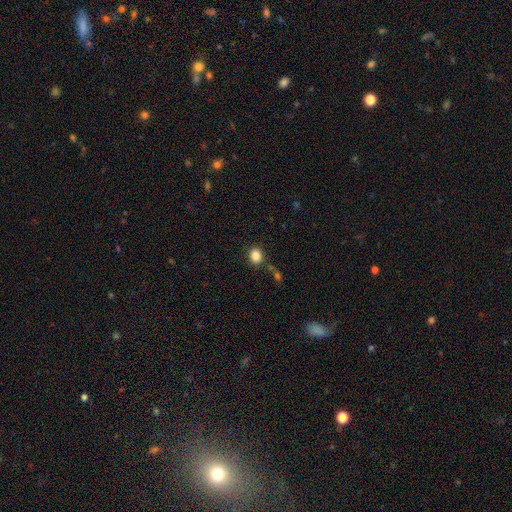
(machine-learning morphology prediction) A smooth galaxy with no disk features (85%) that is round (59%).

Vote fractions:
- Smooth or featured? smooth: 85% / star or artifact: 11% / featured or disk: 5%
- How rounded? round: 59% / in between: 40% / cigar-shaped: 1%
- Merging? none: 79% / minor disturbance: 11% / merger: 6% / major disturbance: 4%